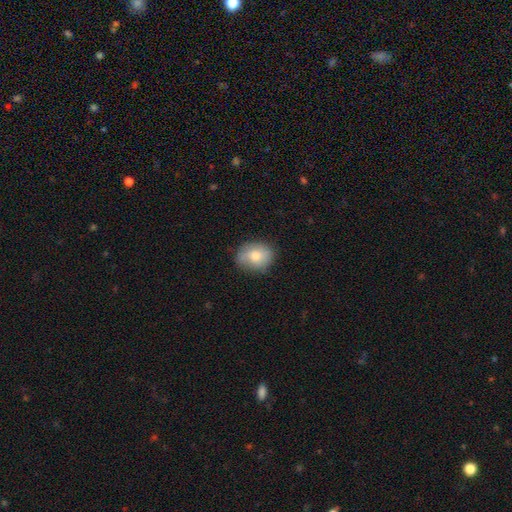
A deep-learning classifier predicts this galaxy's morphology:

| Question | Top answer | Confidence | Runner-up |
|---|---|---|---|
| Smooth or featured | smooth | 73% | featured or disk (19%) |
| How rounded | round | 53% | in between (46%) |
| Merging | none | 75% | minor disturbance (20%) |